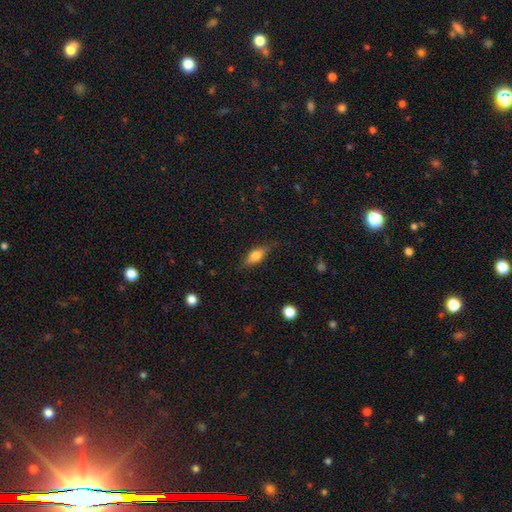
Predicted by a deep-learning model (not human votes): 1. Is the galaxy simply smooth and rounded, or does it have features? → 62% smooth, 31% featured or disk, 8% star or artifact.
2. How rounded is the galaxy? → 67% in between, 28% cigar-shaped, 5% round.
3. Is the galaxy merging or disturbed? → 76% none, 18% minor disturbance, 4% major disturbance, 1% merger.